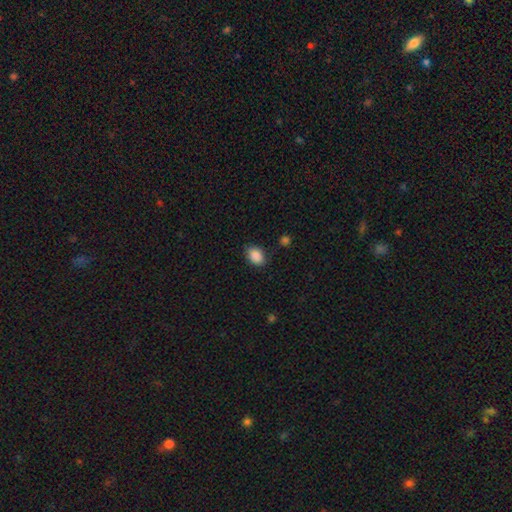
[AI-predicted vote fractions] smooth 89%, star or artifact 8%, featured or disk 3%. Down the decision tree: how rounded — in between (79%); merging — none (82%).